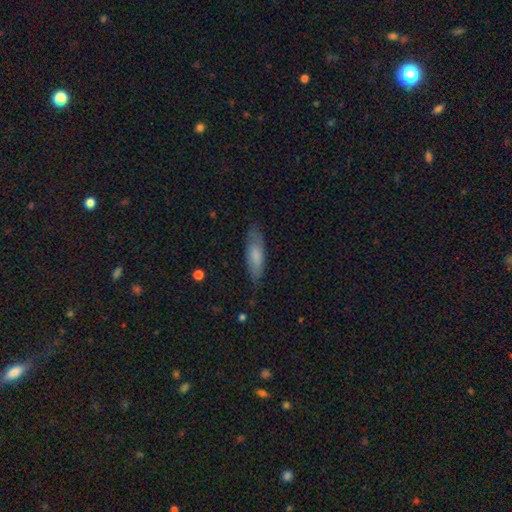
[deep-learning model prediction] Morphology: type=smooth (71%); roundness=cigar-shaped (50%); merging=none (76%).